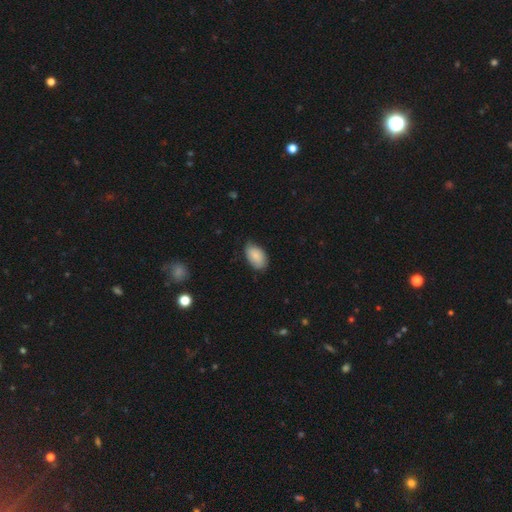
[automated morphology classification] This is clearly a smooth galaxy (84%). How rounded: clearly in between (92%). Merging: likely none (71%).